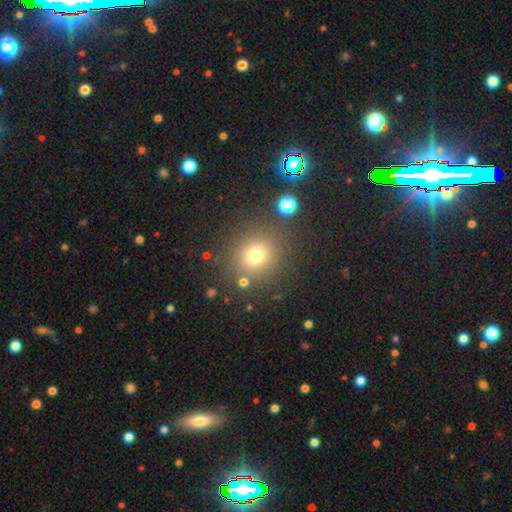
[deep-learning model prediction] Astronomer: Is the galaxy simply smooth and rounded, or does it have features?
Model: smooth — 72%.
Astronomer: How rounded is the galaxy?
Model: round — 88%.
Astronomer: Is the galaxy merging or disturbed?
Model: none — 84%.